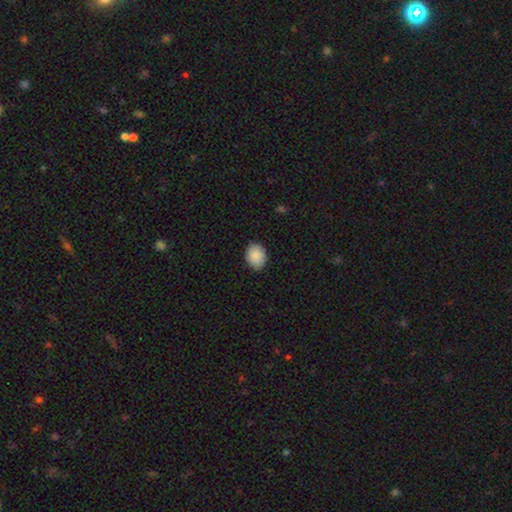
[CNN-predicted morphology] smooth 88%, star or artifact 7%, featured or disk 5%. Down the decision tree: how rounded — in between (56%); merging — none (85%).